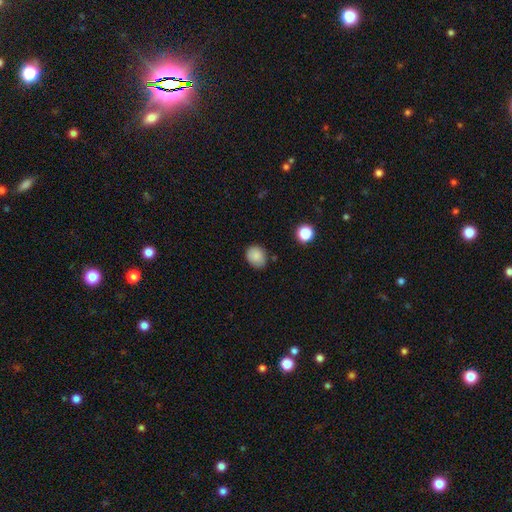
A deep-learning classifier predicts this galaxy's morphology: Smooth or featured?
  - smooth: 85% *
  - star or artifact: 9%
  - featured or disk: 6%
How rounded?
  - round: 51% *
  - in between: 48%
  - cigar-shaped: 1%
Merging?
  - none: 77% *
  - minor disturbance: 17%
  - major disturbance: 3%
  - merger: 2%